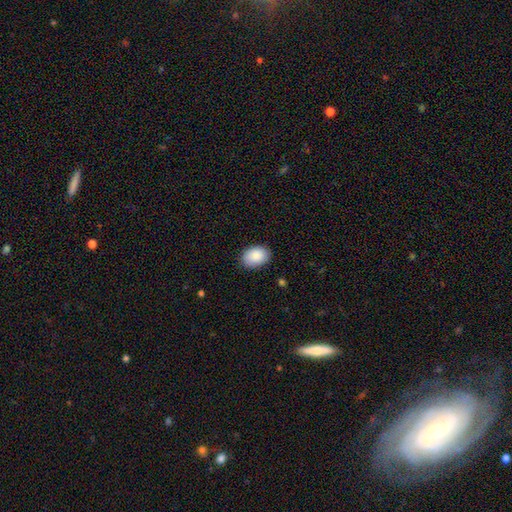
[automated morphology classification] Smooth or featured?
  - smooth: 89% *
  - star or artifact: 6%
  - featured or disk: 5%
How rounded?
  - in between: 82% *
  - round: 17%
  - cigar-shaped: 1%
Merging?
  - none: 87% *
  - minor disturbance: 10%
  - major disturbance: 2%
  - merger: 1%